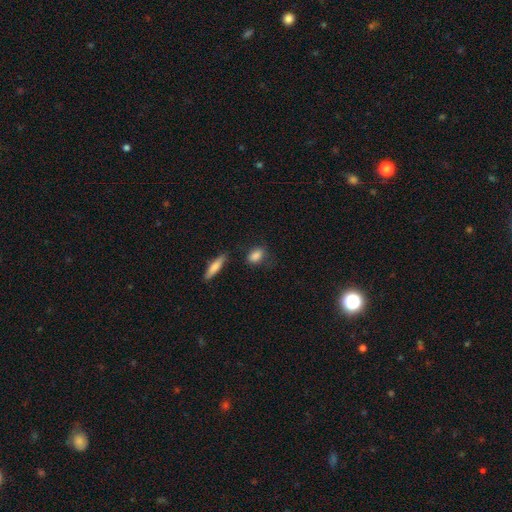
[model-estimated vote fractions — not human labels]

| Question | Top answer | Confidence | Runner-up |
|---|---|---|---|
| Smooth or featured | smooth | 86% | star or artifact (8%) |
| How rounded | in between | 77% | round (17%) |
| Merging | none | 70% | minor disturbance (19%) |